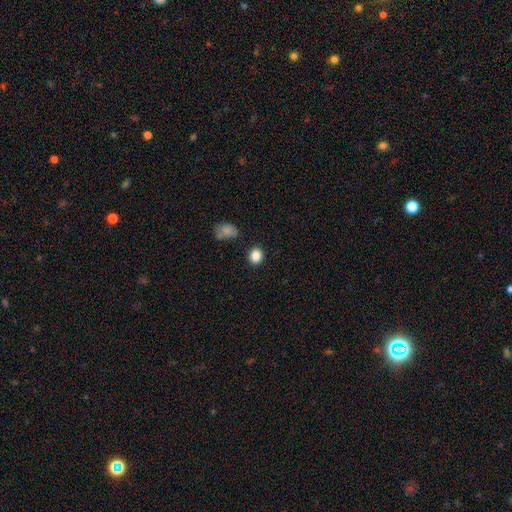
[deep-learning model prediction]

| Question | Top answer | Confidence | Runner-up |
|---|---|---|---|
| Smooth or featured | smooth | 87% | star or artifact (10%) |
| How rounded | round | 66% | in between (33%) |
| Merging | none | 86% | minor disturbance (8%) |